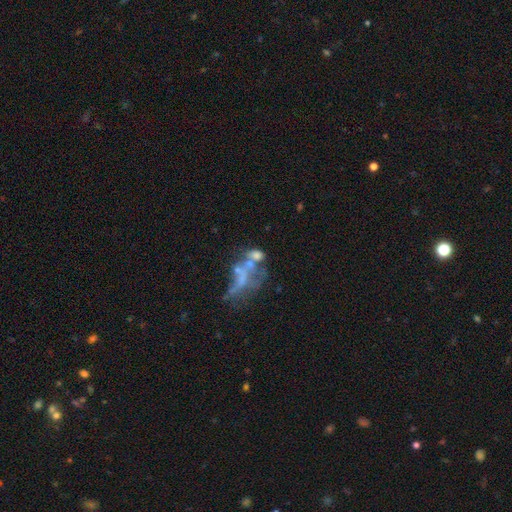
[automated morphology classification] Q: Smooth or featured?
A: featured or disk (51%); runner-up: smooth (32%)
Q: Edge-on disk?
A: no (96%); runner-up: yes (4%)
Q: Merging?
A: merger (44%); runner-up: major disturbance (28%)